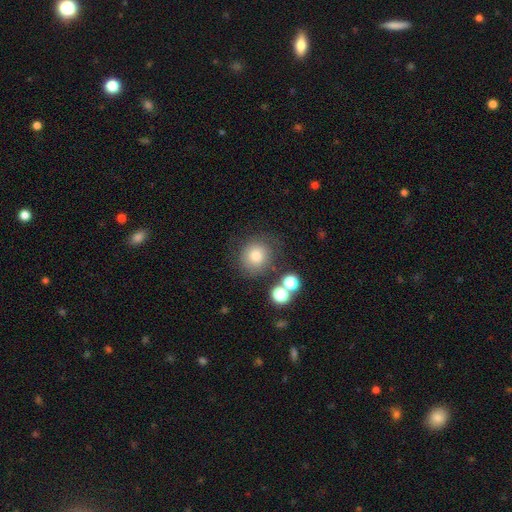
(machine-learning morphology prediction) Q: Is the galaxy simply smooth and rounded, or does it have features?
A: smooth — 77%.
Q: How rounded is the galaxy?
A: round — 88%.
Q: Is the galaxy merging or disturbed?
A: none — 72%.